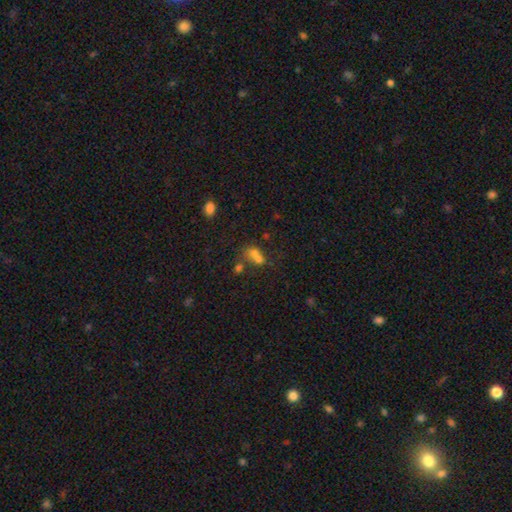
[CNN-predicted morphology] A smooth galaxy with no disk features (64%) that is round (56%).

Vote fractions:
- Smooth or featured? smooth: 64% / featured or disk: 18% / star or artifact: 18%
- How rounded? round: 56% / in between: 42% / cigar-shaped: 2%
- Merging? merger: 62% / none: 25% / minor disturbance: 7% / major disturbance: 5%